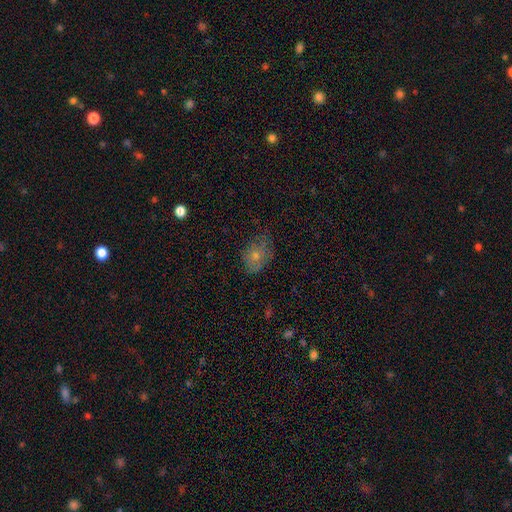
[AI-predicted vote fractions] smooth_or_featured: smooth (p=0.67) [alt: featured or disk p=0.22]
how_rounded: in between (p=0.70) [alt: round p=0.29]
merging: none (p=0.55) [alt: minor disturbance p=0.32]